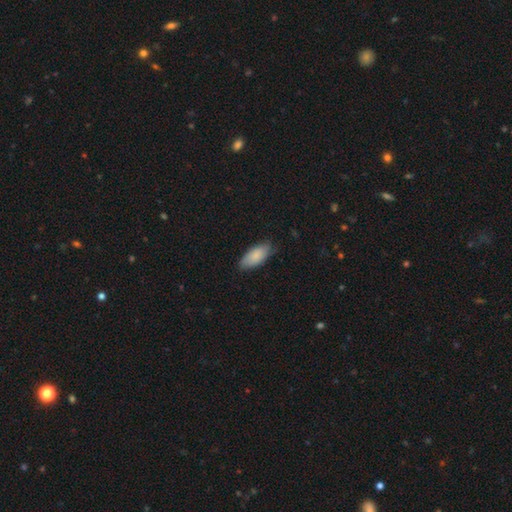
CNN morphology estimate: smooth-or-featured: smooth: 85% | featured or disk: 9% | star or artifact: 6%
  how-rounded: in between: 88% | cigar-shaped: 10% | round: 2%
  merging: none: 76% | minor disturbance: 20% | major disturbance: 3% | merger: 1%